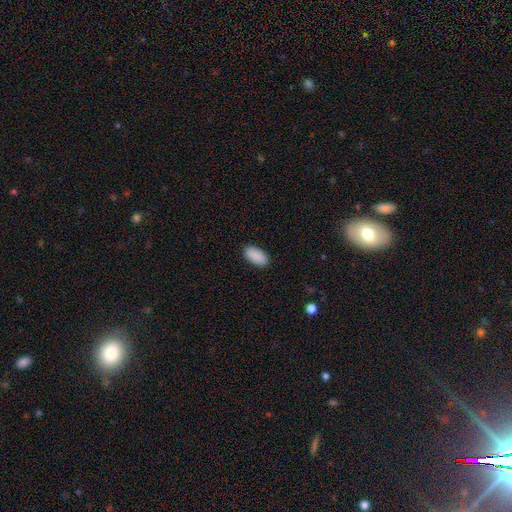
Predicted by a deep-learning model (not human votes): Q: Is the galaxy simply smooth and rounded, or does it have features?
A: smooth — 91%.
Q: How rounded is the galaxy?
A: in between — 94%.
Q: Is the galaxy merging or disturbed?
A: none — 89%.